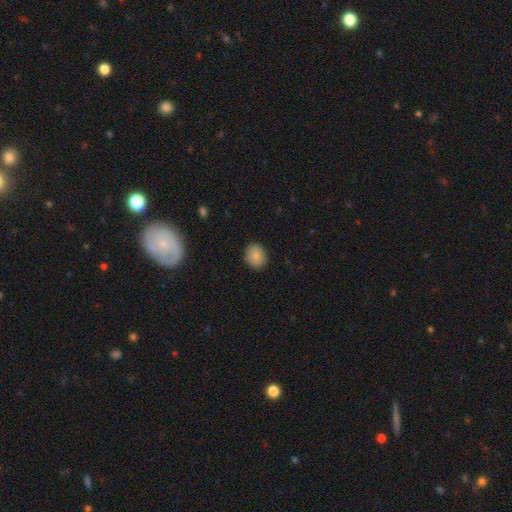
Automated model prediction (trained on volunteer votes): Smooth or featured? Predicted: smooth (p=0.86). How rounded? Predicted: round (p=0.70). Merging? Predicted: none (p=0.88).